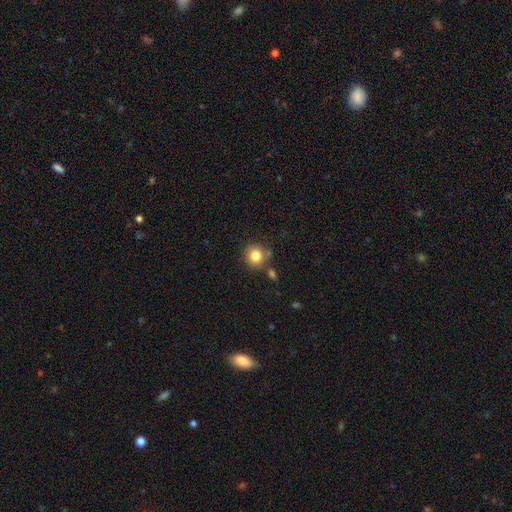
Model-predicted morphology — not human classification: The model was most divided on "merging": none: 74%, minor disturbance: 12%, merger: 10%, major disturbance: 4%. More confident: how rounded — round (89%); smooth or featured — smooth (82%).